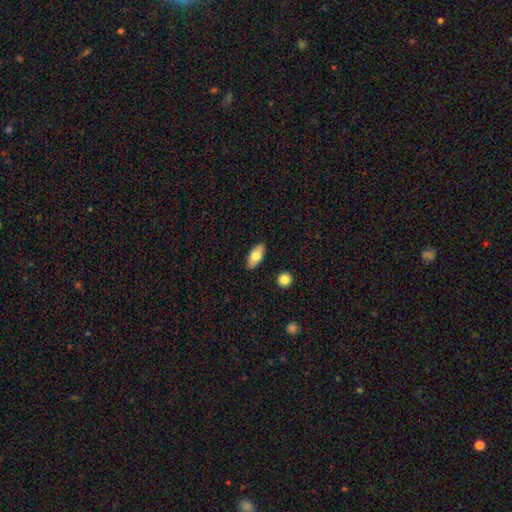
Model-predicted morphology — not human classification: Overall: smooth (75%). How rounded: in between (90%). Merging: none (87%).